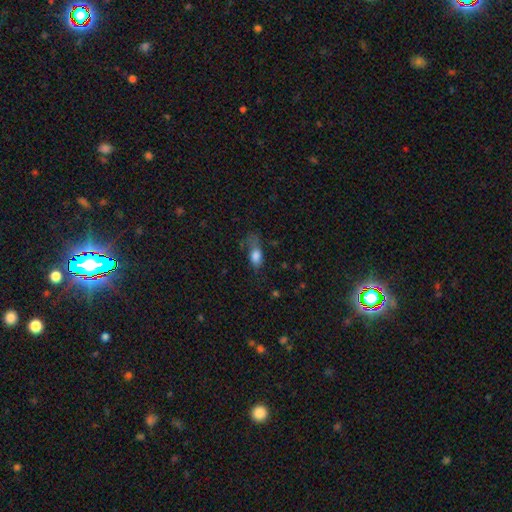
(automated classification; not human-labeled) smooth 79%, featured or disk 11%, star or artifact 10%. Down the decision tree: how rounded — in between (82%); merging — major disturbance (33%).